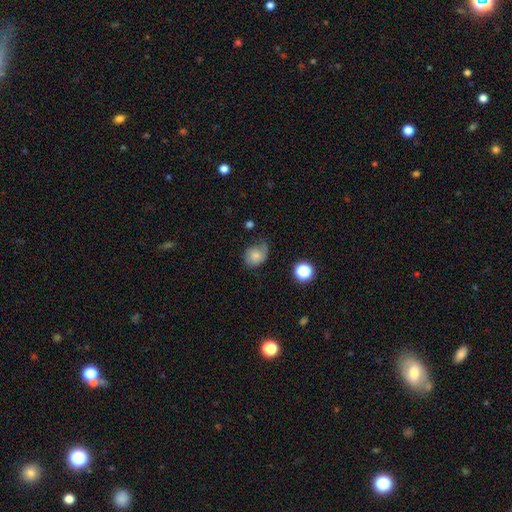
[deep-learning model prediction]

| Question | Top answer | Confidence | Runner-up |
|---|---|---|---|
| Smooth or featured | smooth | 72% | featured or disk (17%) |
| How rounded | round | 50% | in between (49%) |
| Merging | none | 47% | minor disturbance (36%) |